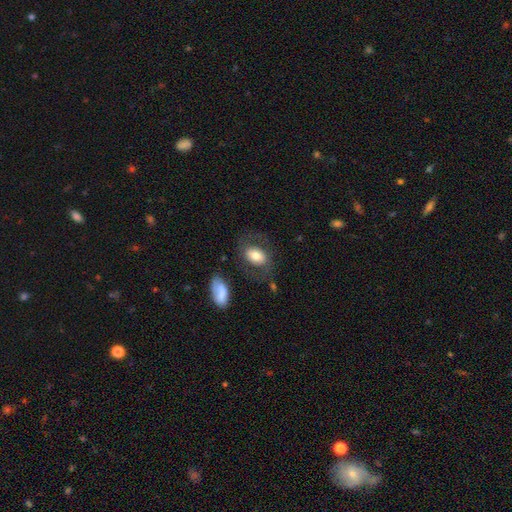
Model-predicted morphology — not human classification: smooth 67%, featured or disk 26%, star or artifact 7%. Down the decision tree: how rounded — in between (79%); merging — none (64%).